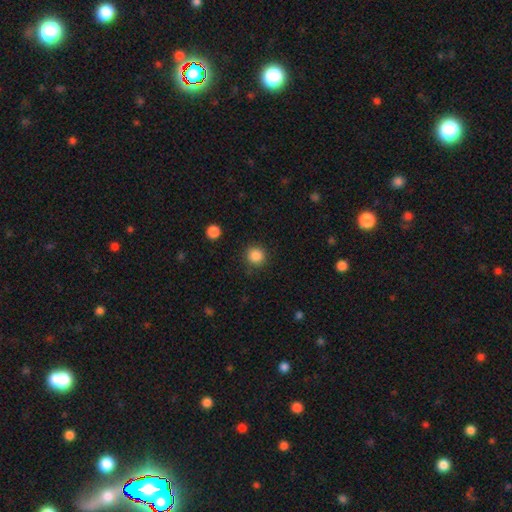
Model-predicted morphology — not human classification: This is clearly a smooth galaxy (86%). How rounded: clearly round (94%). Merging: clearly none (89%).